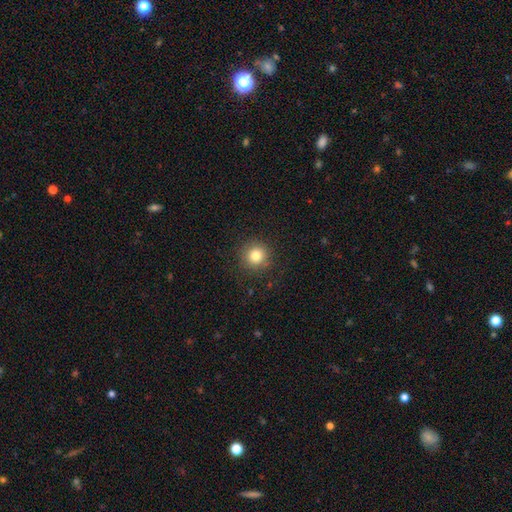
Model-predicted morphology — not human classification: smooth-or-featured: smooth: 81% | star or artifact: 12% | featured or disk: 7%
  how-rounded: round: 94% | in between: 5% | cigar-shaped: 1%
  merging: none: 89% | minor disturbance: 7% | major disturbance: 3% | merger: 1%